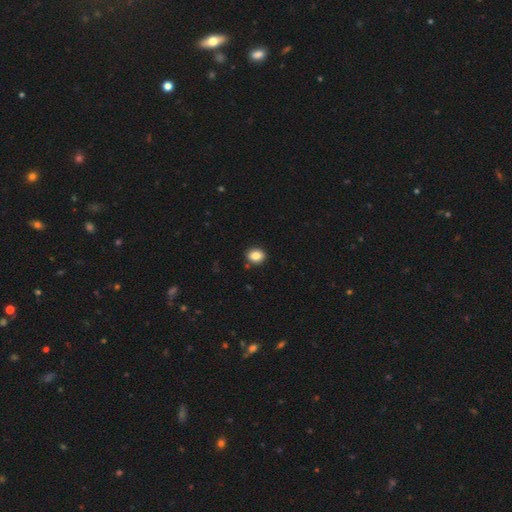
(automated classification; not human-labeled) smooth-or-featured: smooth: 86% | star or artifact: 9% | featured or disk: 5%
  how-rounded: in between: 52% | round: 47% | cigar-shaped: 1%
  merging: none: 88% | minor disturbance: 8% | merger: 2% | major disturbance: 2%